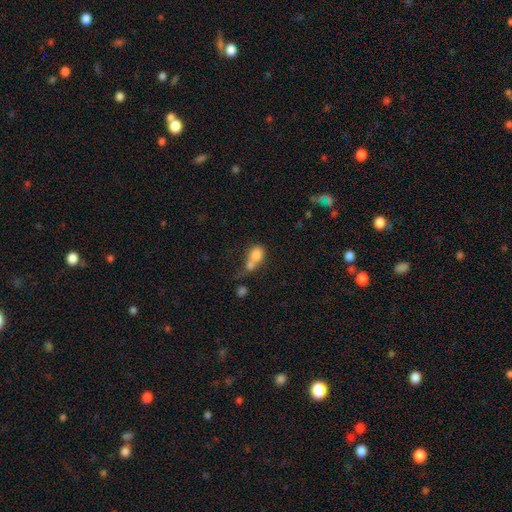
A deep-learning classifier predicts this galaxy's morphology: Smooth or featured: smooth — 76% (featured or disk — 14%)
How rounded: in between — 58% (round — 39%)
Merging: merger — 60% (none — 22%)